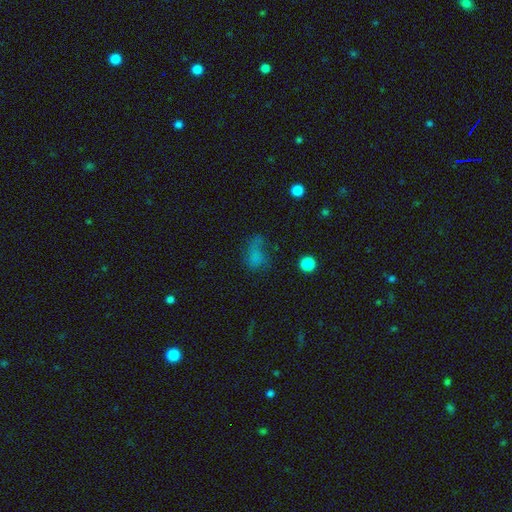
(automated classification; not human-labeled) smooth-or-featured: smooth: 63% | star or artifact: 21% | featured or disk: 17%
  how-rounded: in between: 73% | round: 23% | cigar-shaped: 4%
  merging: none: 37% | major disturbance: 34% | minor disturbance: 23% | merger: 6%